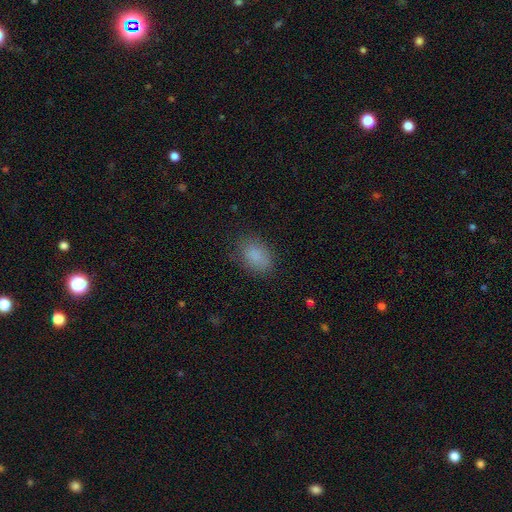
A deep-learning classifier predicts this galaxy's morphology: smooth_or_featured: smooth (p=0.86) [alt: star or artifact p=0.09]
how_rounded: in between (p=0.82) [alt: round p=0.17]
merging: none (p=0.78) [alt: minor disturbance p=0.16]